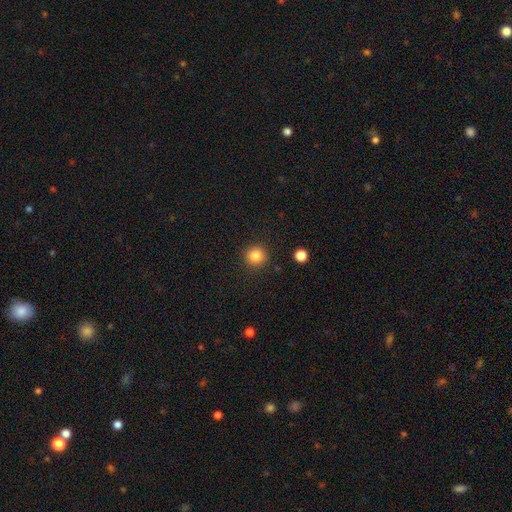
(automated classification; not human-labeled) This appears to be a smooth galaxy with no disk features (84%) that is round (94%). Merging: none (90%).